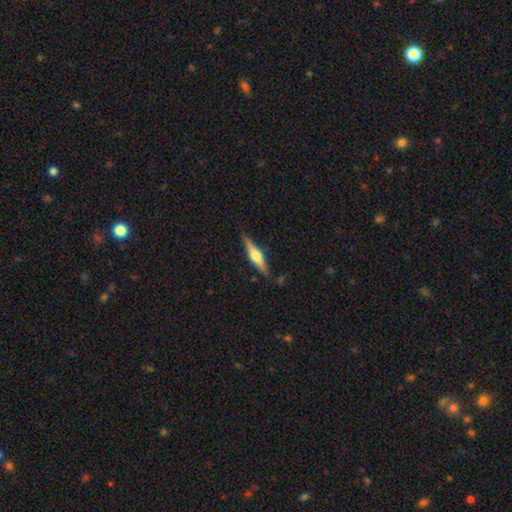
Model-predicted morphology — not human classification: Q: Smooth or featured?
A: featured or disk (71%); runner-up: smooth (24%)
Q: Edge-on disk?
A: yes (97%); runner-up: no (3%)
Q: Edge-on bulge?
A: rounded (90%); runner-up: boxy (7%)
Q: Merging?
A: none (85%); runner-up: minor disturbance (11%)